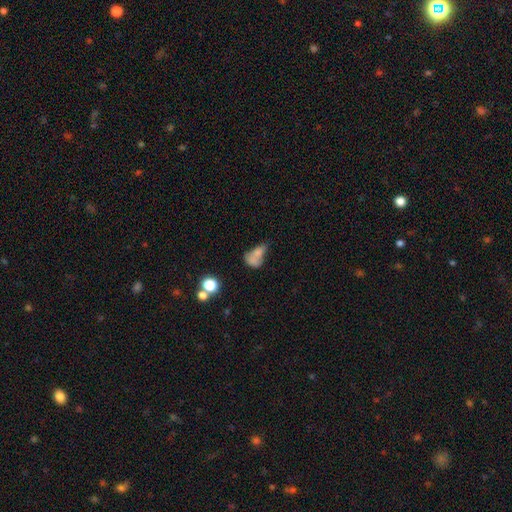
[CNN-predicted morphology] Q: Smooth or featured?
A: smooth (64%); runner-up: featured or disk (22%)
Q: How rounded?
A: in between (74%); runner-up: round (22%)
Q: Merging?
A: merger (41%); runner-up: none (22%)